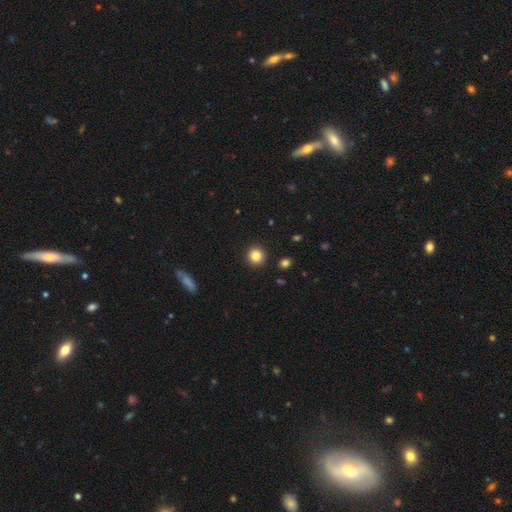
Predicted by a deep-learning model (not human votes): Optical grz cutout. It shows a smooth galaxy with no disk features (85%) that is round (93%). Merging: none (92%).